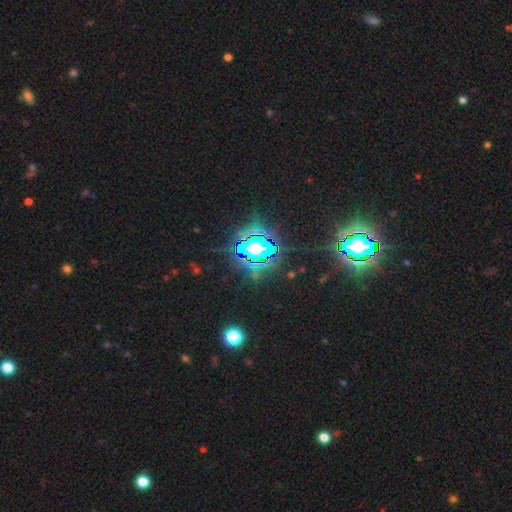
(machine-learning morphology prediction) This is clearly a star or artifact rather than a galaxy (83%).